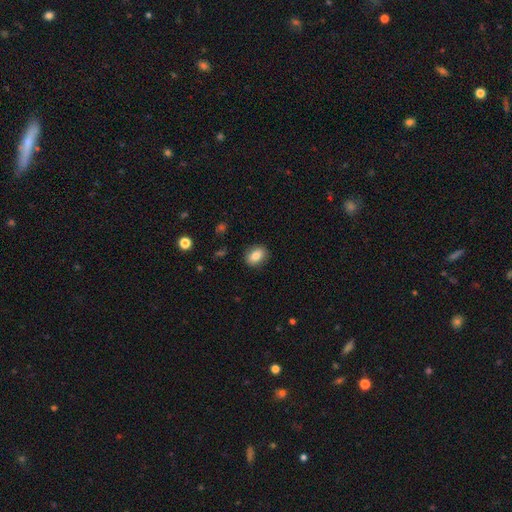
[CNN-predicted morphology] Smooth or featured? smooth (82%)
How rounded? in between (71%)
Merging? none (87%)